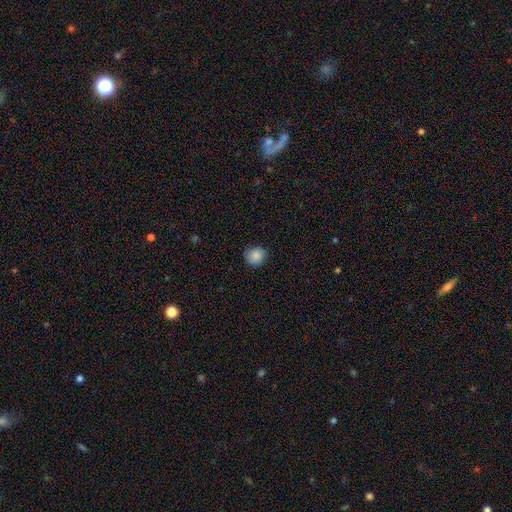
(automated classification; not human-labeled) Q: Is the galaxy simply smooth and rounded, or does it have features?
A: smooth — 86%.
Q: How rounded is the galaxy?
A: round — 89%.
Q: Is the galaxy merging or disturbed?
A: none — 83%.